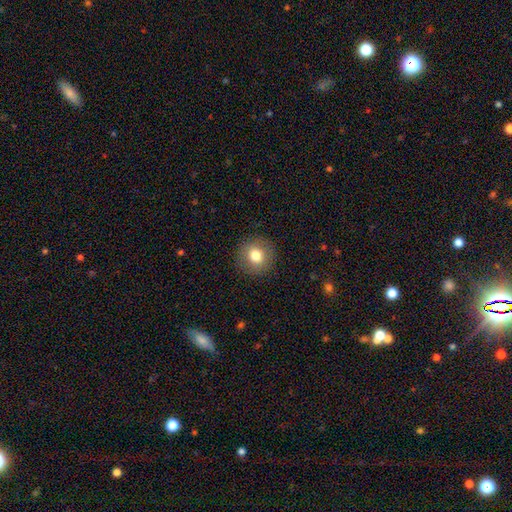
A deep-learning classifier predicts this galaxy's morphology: Q: Smooth or featured?
A: smooth (79%); runner-up: featured or disk (12%)
Q: How rounded?
A: round (92%); runner-up: in between (7%)
Q: Merging?
A: none (91%); runner-up: minor disturbance (6%)